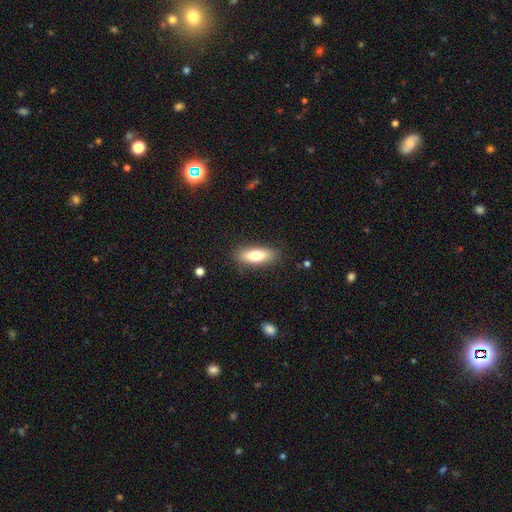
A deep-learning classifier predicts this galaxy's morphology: type=smooth (78%); roundness=in between (65%); merging=none (85%).